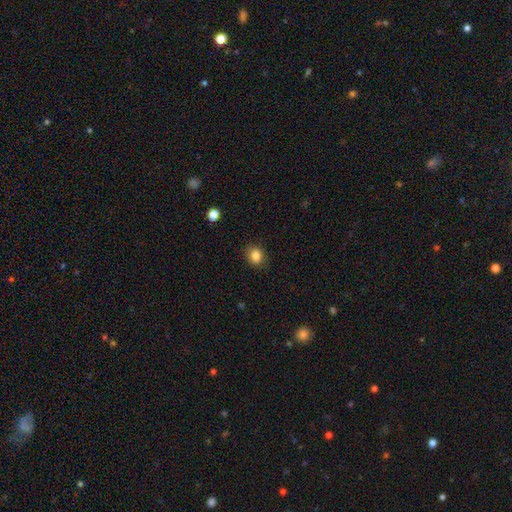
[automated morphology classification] Smooth or featured?
  - smooth: 84% *
  - star or artifact: 10%
  - featured or disk: 5%
How rounded?
  - round: 63% *
  - in between: 36%
  - cigar-shaped: 1%
Merging?
  - none: 86% *
  - minor disturbance: 10%
  - major disturbance: 3%
  - merger: 1%